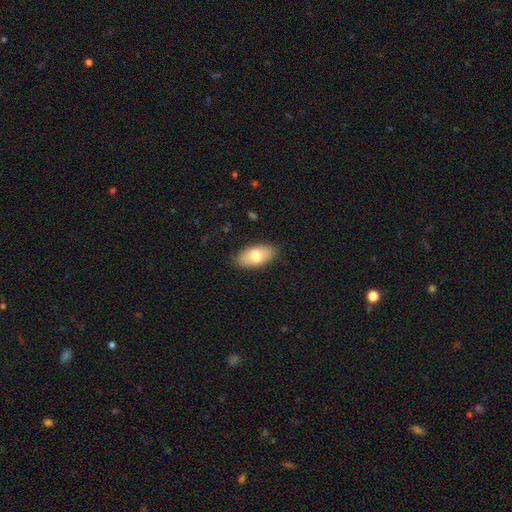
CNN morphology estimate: smooth-or-featured: smooth: 75% | featured or disk: 18% | star or artifact: 6%
  how-rounded: in between: 93% | cigar-shaped: 4% | round: 4%
  merging: none: 85% | minor disturbance: 11% | major disturbance: 2% | merger: 1%